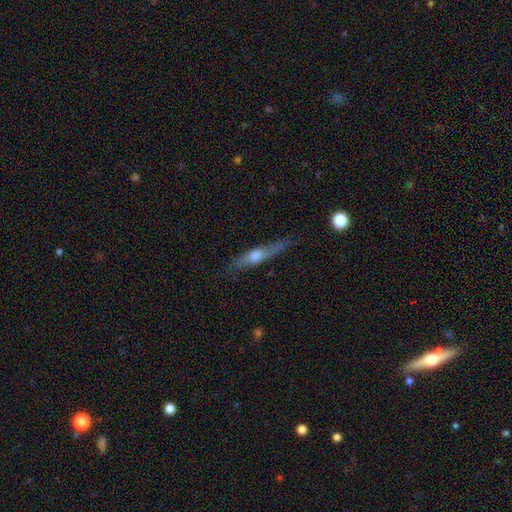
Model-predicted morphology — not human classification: smooth_or_featured: featured or disk (p=0.57) [alt: smooth p=0.37]
disk_edge_on: yes (p=0.93) [alt: no p=0.07]
edge_on_bulge: rounded (p=0.86) [alt: boxy p=0.07]
merging: none (p=0.75) [alt: minor disturbance p=0.18]